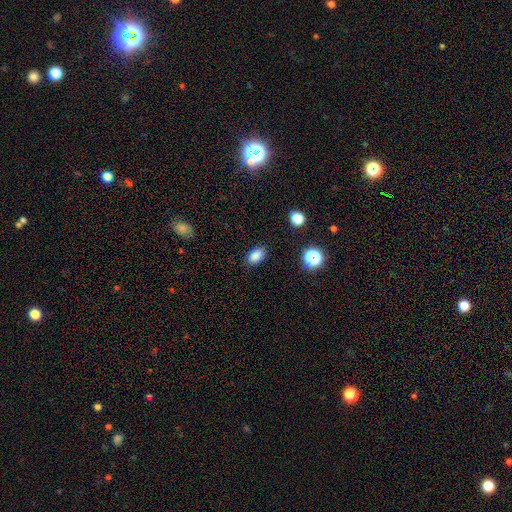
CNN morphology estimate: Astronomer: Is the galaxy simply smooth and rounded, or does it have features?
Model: smooth — 84%.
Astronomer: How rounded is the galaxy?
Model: in between — 88%.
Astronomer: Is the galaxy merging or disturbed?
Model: none — 86%.